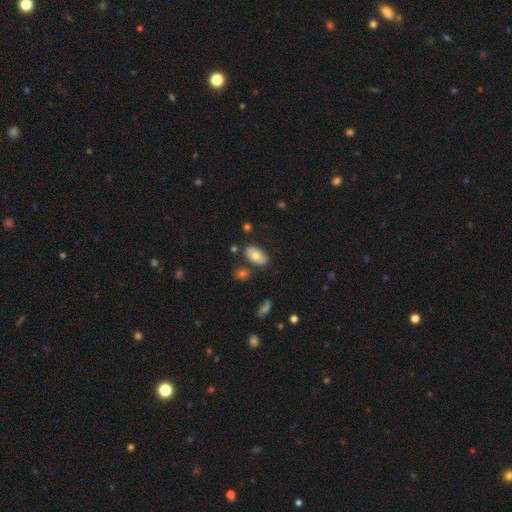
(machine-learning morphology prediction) smooth-or-featured: smooth: 69% | featured or disk: 24% | star or artifact: 7%
  how-rounded: in between: 93% | round: 5% | cigar-shaped: 2%
  merging: none: 77% | minor disturbance: 14% | merger: 5% | major disturbance: 4%